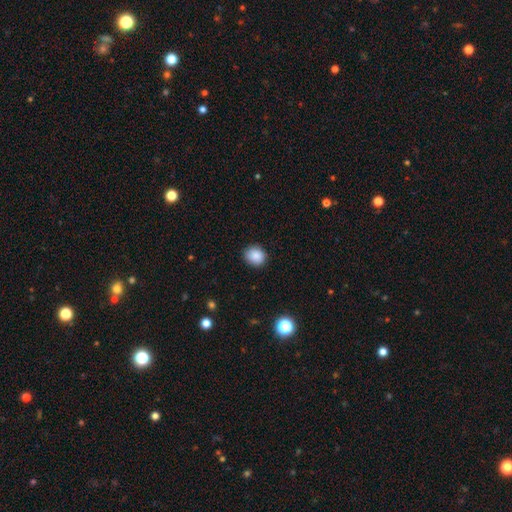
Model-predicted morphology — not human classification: smooth 87%, star or artifact 9%, featured or disk 3%. Down the decision tree: how rounded — round (73%); merging — none (86%).